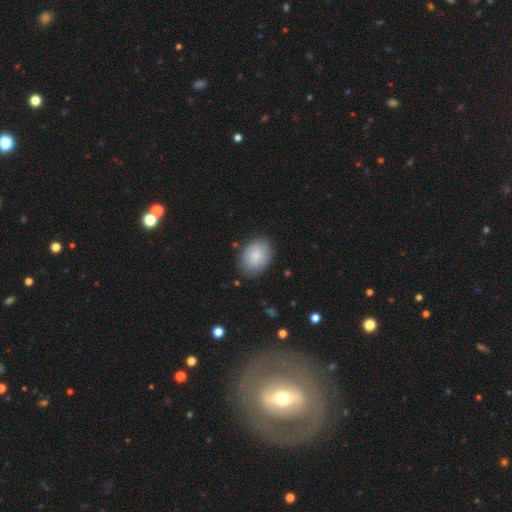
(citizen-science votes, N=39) Smooth or featured: smooth — 87% (featured or disk — 8%)
How rounded: in between — 82% (round — 18%)
Merging: none — 97% (minor disturbance — 3%)